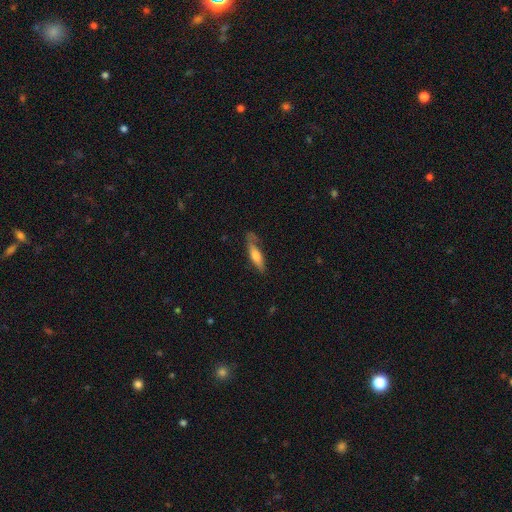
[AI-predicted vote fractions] Smooth or featured? smooth (60%)
How rounded? cigar-shaped (67%)
Merging? none (60%)